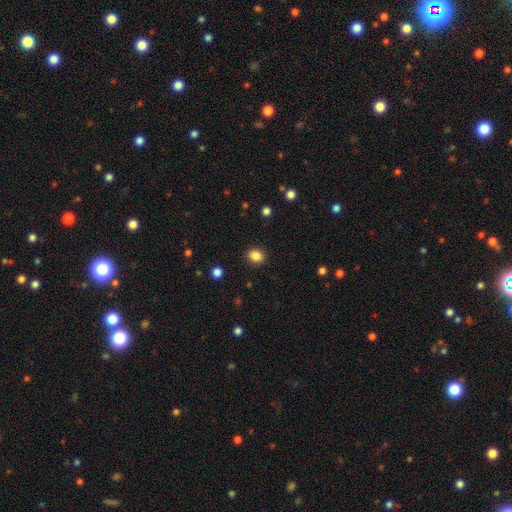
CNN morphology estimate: A smooth galaxy with no disk features (86%) that is round (66%).

Vote fractions:
- Smooth or featured? smooth: 86% / star or artifact: 10% / featured or disk: 3%
- How rounded? round: 66% / in between: 33% / cigar-shaped: 1%
- Merging? none: 90% / minor disturbance: 6% / major disturbance: 2% / merger: 1%